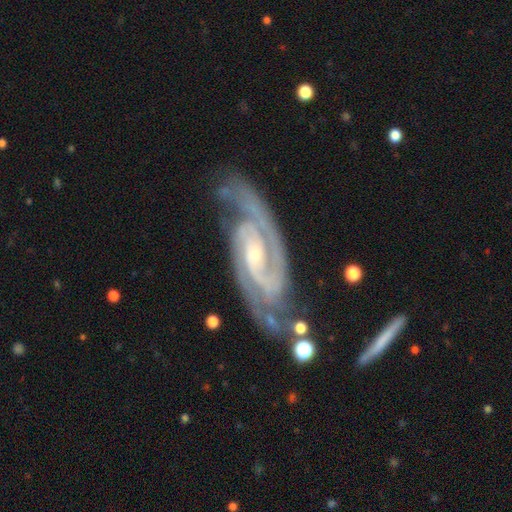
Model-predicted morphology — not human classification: Q: Smooth or featured?
A: featured or disk (93%); runner-up: star or artifact (4%)
Q: Edge-on disk?
A: no (95%); runner-up: yes (5%)
Q: Bar?
A: weak (43%); runner-up: no (36%)
Q: Spiral arms?
A: yes (99%); runner-up: no (1%)
Q: Spiral winding?
A: tight (53%); runner-up: medium (41%)
Q: Spiral arm count?
A: 2 (87%); runner-up: 3 (5%)
Q: Bulge size?
A: small (59%); runner-up: moderate (34%)
Q: Merging?
A: none (71%); runner-up: minor disturbance (19%)